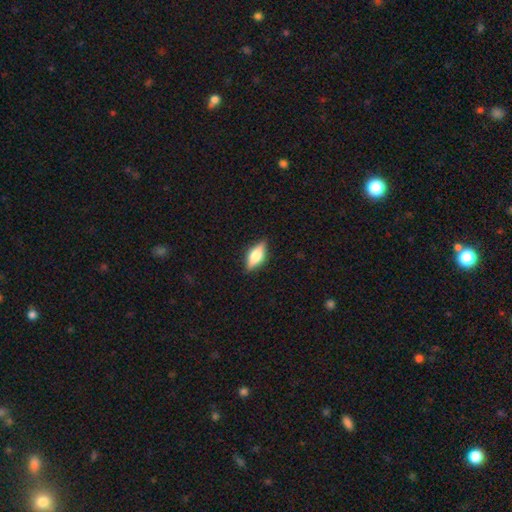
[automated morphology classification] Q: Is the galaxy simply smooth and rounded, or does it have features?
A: smooth — 50%.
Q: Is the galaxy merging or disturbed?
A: none — 86%.